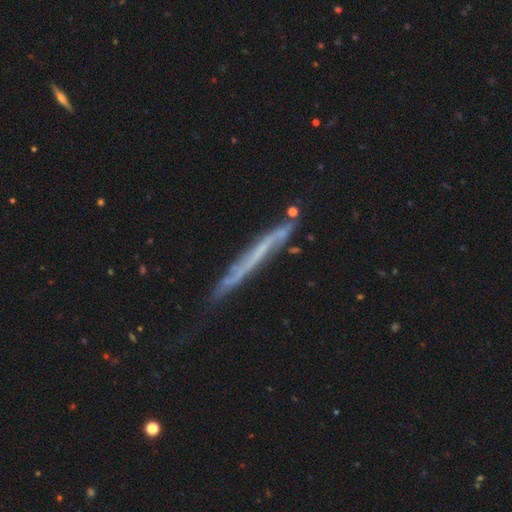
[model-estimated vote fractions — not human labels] A featured or disk galaxy (58%) viewed edge-on (91%) with no central bulge (91%). Merging: none (71%).